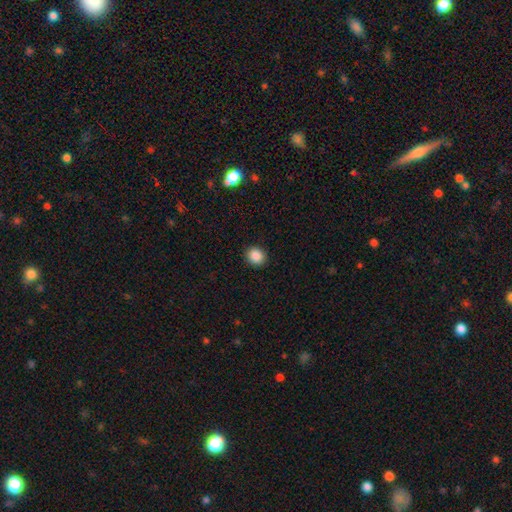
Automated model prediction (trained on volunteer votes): Smooth or featured: smooth — 87% (star or artifact — 9%)
How rounded: round — 78% (in between — 21%)
Merging: none — 92% (minor disturbance — 6%)